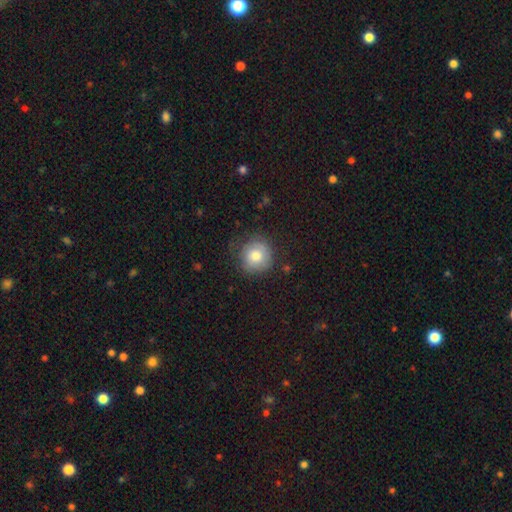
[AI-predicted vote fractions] Smooth or featured? Predicted: smooth (p=0.75). How rounded? Predicted: round (p=0.90). Merging? Predicted: none (p=0.72).